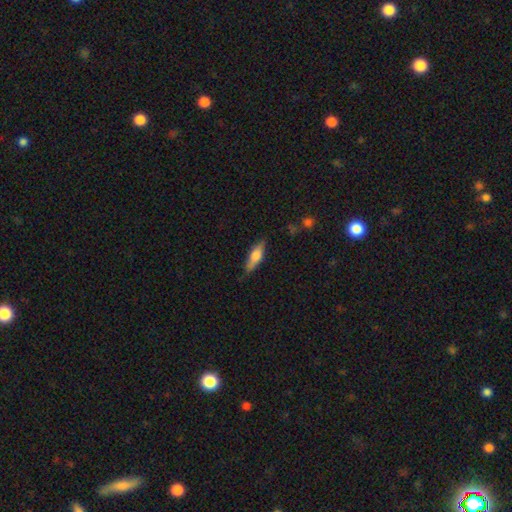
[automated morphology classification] A smooth galaxy with no disk features (60%) that is cigar-shaped (50%).

Vote fractions:
- Smooth or featured? smooth: 60% / featured or disk: 34% / star or artifact: 6%
- How rounded? cigar-shaped: 50% / in between: 47% / round: 3%
- Merging? none: 79% / minor disturbance: 16% / major disturbance: 3% / merger: 2%